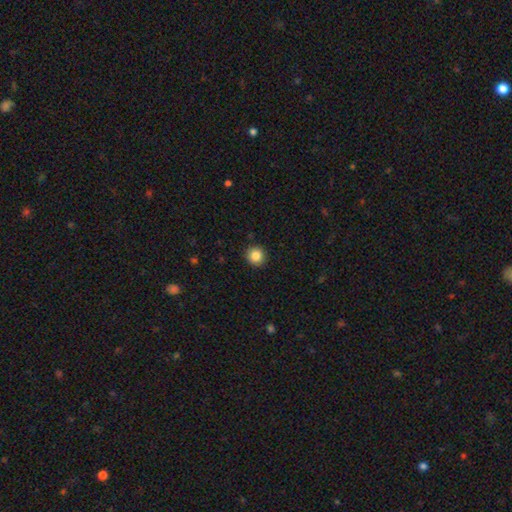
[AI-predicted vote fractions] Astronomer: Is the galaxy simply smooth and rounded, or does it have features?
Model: smooth — 86%.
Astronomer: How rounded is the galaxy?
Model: round — 94%.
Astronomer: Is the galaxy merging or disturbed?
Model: none — 92%.